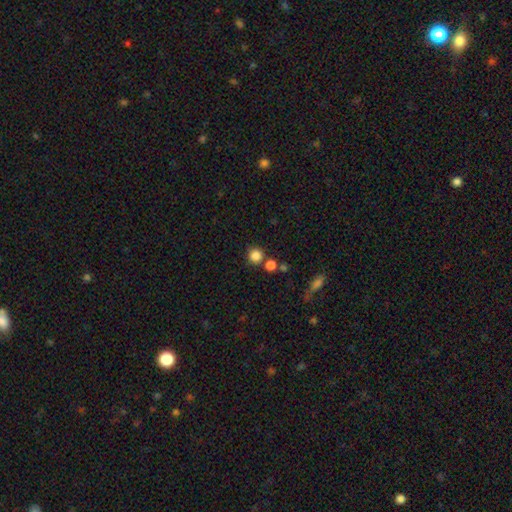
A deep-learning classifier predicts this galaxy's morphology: The model was most divided on "merging": none: 72%, merger: 16%, minor disturbance: 8%, major disturbance: 4%. More confident: how rounded — round (93%); smooth or featured — smooth (84%).